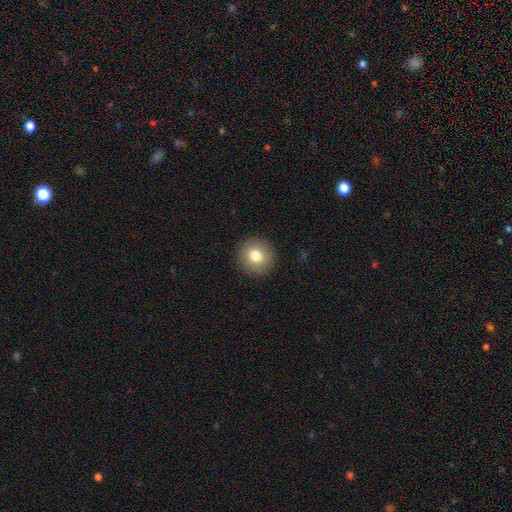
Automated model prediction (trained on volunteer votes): smooth-or-featured: smooth: 80% | featured or disk: 11% | star or artifact: 9%
  how-rounded: round: 93% | in between: 6% | cigar-shaped: 1%
  merging: none: 91% | minor disturbance: 6% | major disturbance: 2% | merger: 1%